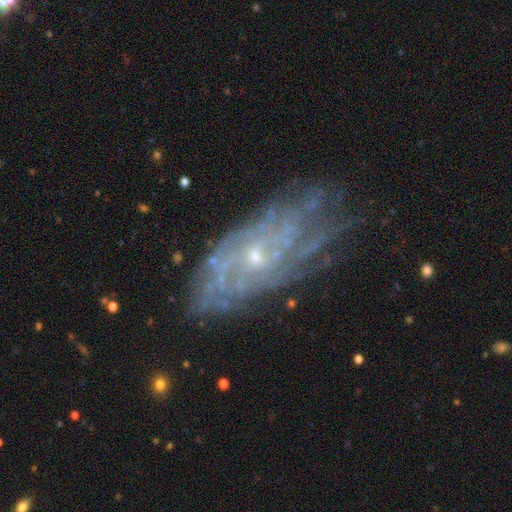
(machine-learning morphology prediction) smooth_or_featured: featured or disk (p=0.84) [alt: smooth p=0.09]
disk_edge_on: no (p=0.91) [alt: yes p=0.09]
bar: no (p=0.72) [alt: weak p=0.23]
has_spiral_arms: yes (p=0.91) [alt: no p=0.09]
spiral_winding: tight (p=0.68) [alt: medium p=0.25]
spiral_arm_count: can't tell (p=0.50) [alt: more than 4 p=0.14]
bulge_size: small (p=0.72) [alt: moderate p=0.24]
merging: none (p=0.71) [alt: minor disturbance p=0.19]